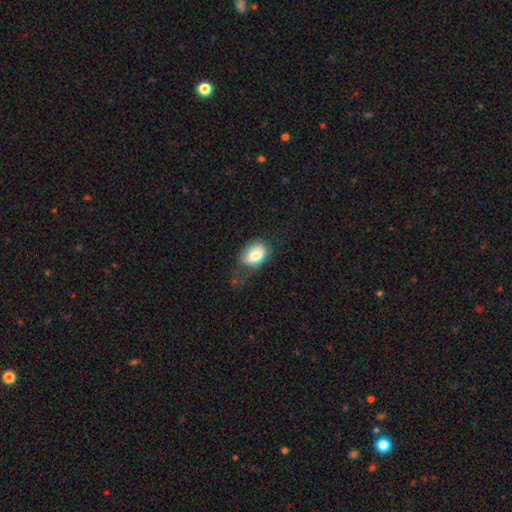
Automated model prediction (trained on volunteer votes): smooth-or-featured: smooth: 77% | featured or disk: 15% | star or artifact: 8%
  how-rounded: in between: 80% | round: 19% | cigar-shaped: 1%
  merging: none: 45% | minor disturbance: 33% | major disturbance: 20% | merger: 2%